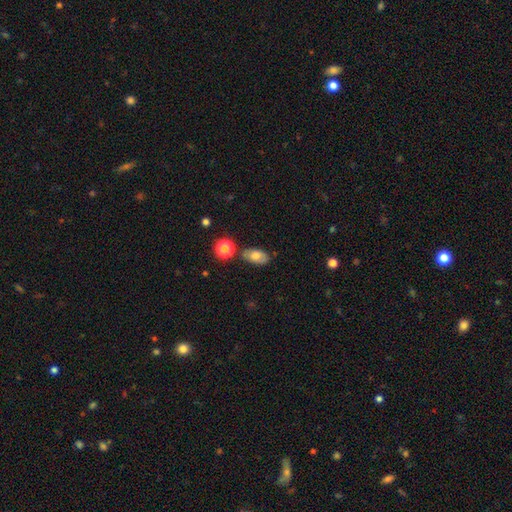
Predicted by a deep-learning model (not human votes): Smooth or featured? smooth (71%)
How rounded? in between (90%)
Merging? none (76%)